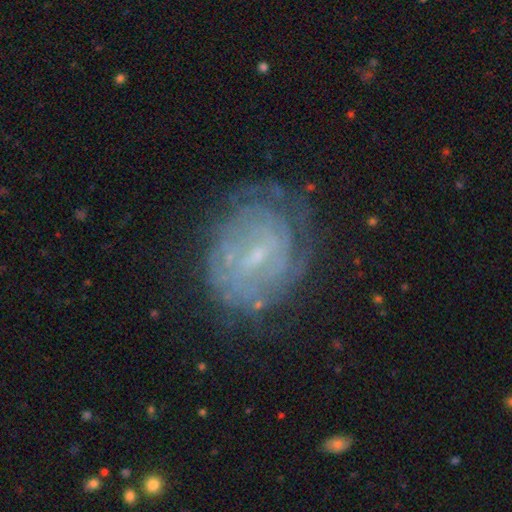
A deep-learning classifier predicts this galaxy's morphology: Smooth or featured: featured or disk — 74% (smooth — 17%)
Edge-on disk: no — 97% (yes — 3%)
Bar: weak — 56% (no — 26%)
Spiral arms: yes — 80% (no — 20%)
Spiral winding: tight — 71% (medium — 21%)
Spiral arm count: can't tell — 60% (2 — 15%)
Bulge size: small — 75% (moderate — 14%)
Merging: none — 69% (minor disturbance — 19%)